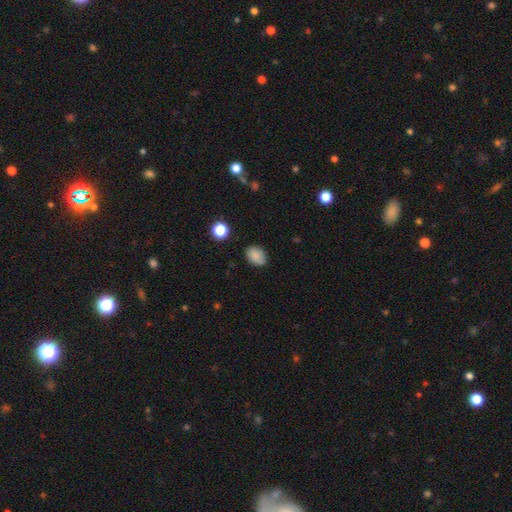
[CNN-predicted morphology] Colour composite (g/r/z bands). It shows a smooth galaxy with no disk features (84%) that is in between round and cigar-shaped (68%). Merging: none (78%).